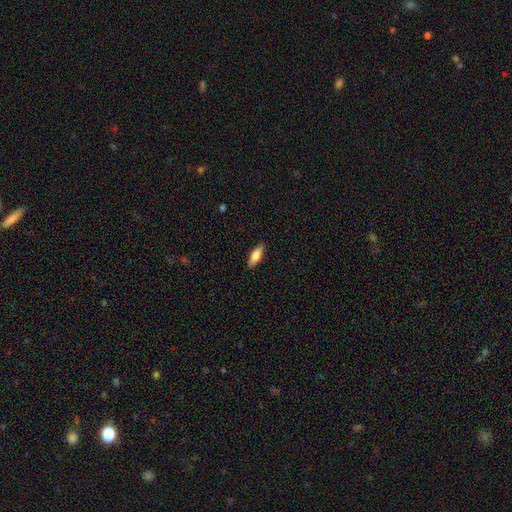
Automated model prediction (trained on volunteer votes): The model was most divided on "how rounded": in between: 59%, cigar-shaped: 39%, round: 2%. More confident: merging — none (89%); smooth or featured — smooth (72%).